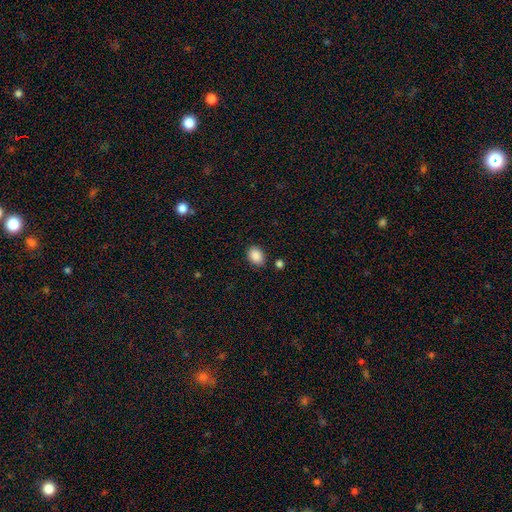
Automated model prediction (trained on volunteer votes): smooth 88%, star or artifact 8%, featured or disk 4%. Down the decision tree: how rounded — in between (72%); merging — none (81%).